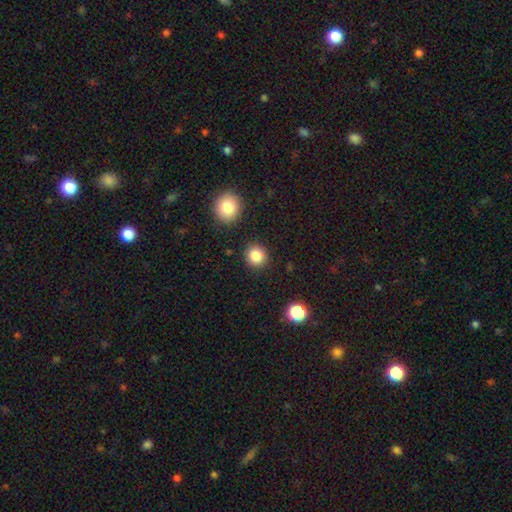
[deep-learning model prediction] Smooth or featured: smooth — 85% (star or artifact — 10%)
How rounded: round — 89% (in between — 10%)
Merging: none — 88% (minor disturbance — 7%)